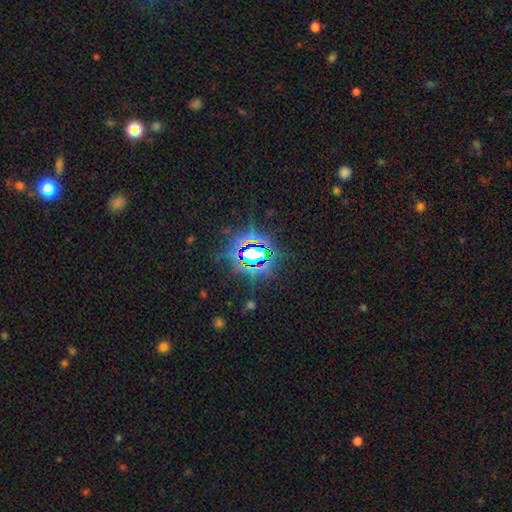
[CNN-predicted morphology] The model was most divided on "smooth or featured": star or artifact: 81%, smooth: 12%, featured or disk: 7%.